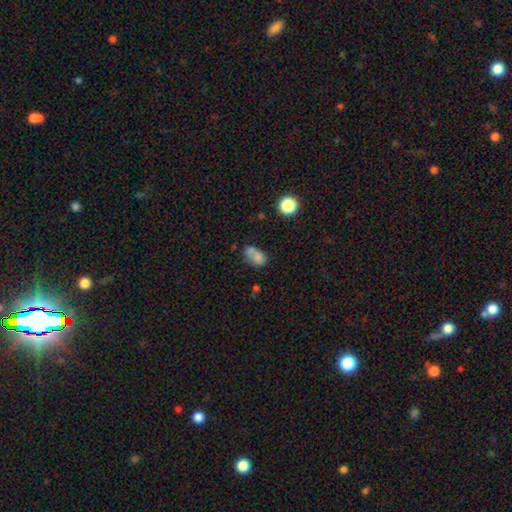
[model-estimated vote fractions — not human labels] smooth 70%, featured or disk 18%, star or artifact 12%. Down the decision tree: how rounded — in between (75%); merging — merger (39%).